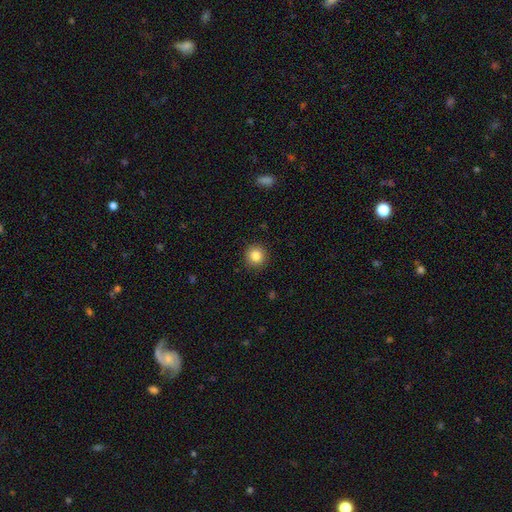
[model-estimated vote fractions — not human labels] Smooth or featured? smooth (84%)
How rounded? round (94%)
Merging? none (91%)